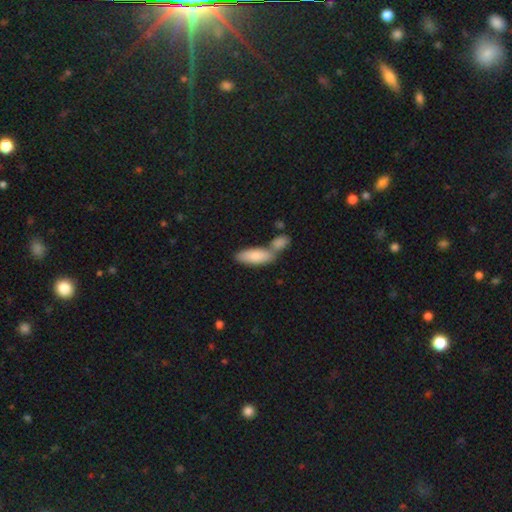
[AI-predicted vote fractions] Smooth or featured? smooth (81%)
How rounded? in between (73%)
Merging? merger (44%)